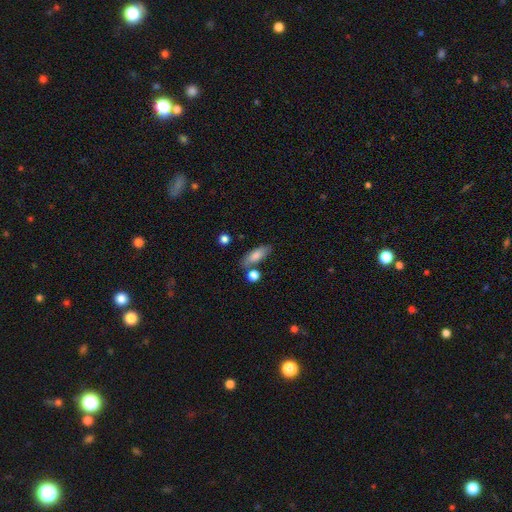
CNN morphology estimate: A smooth galaxy with no disk features (79%) that is in between round and cigar-shaped (69%). Merging: none (69%).